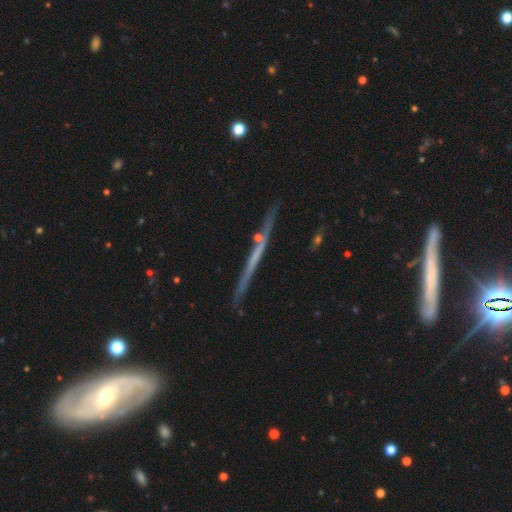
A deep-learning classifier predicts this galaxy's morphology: Smooth or featured?
  - featured or disk: 63% *
  - smooth: 29%
  - star or artifact: 8%
Edge-on disk?
  - yes: 96% *
  - no: 4%
Edge-on bulge?
  - none: 87% *
  - rounded: 9%
  - boxy: 4%
Merging?
  - none: 84% *
  - minor disturbance: 11%
  - merger: 3%
  - major disturbance: 3%